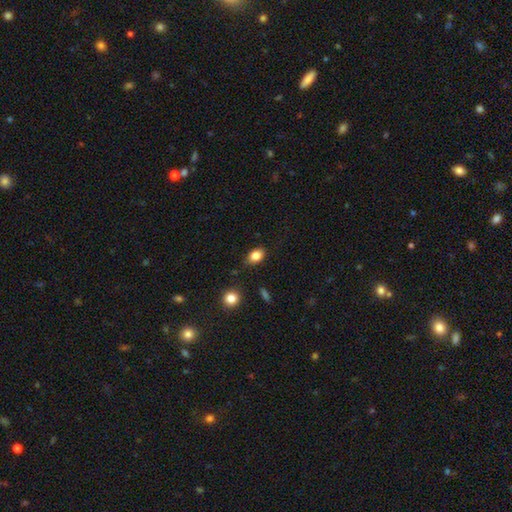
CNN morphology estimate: This appears to be a smooth galaxy with no disk features (83%) that is in between round and cigar-shaped (77%). Merging: none (80%).